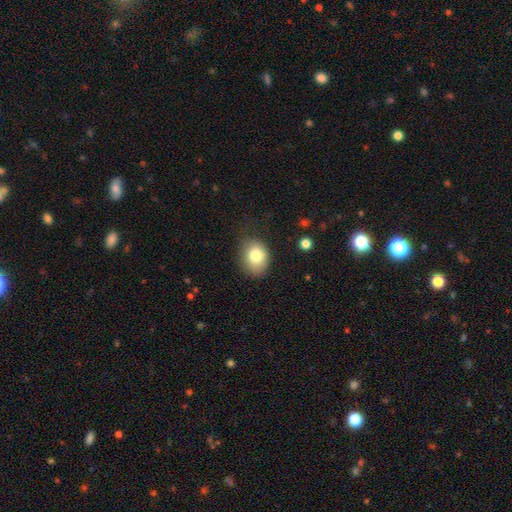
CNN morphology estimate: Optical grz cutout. It shows a smooth galaxy with no disk features (80%) that is in between round and cigar-shaped (51%). Merging: none (70%).